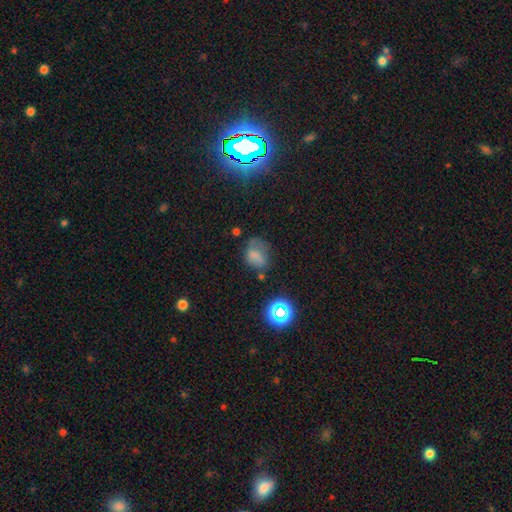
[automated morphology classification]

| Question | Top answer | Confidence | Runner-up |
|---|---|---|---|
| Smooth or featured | smooth | 62% | star or artifact (19%) |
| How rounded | in between | 58% | round (41%) |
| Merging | none | 42% | minor disturbance (31%) |